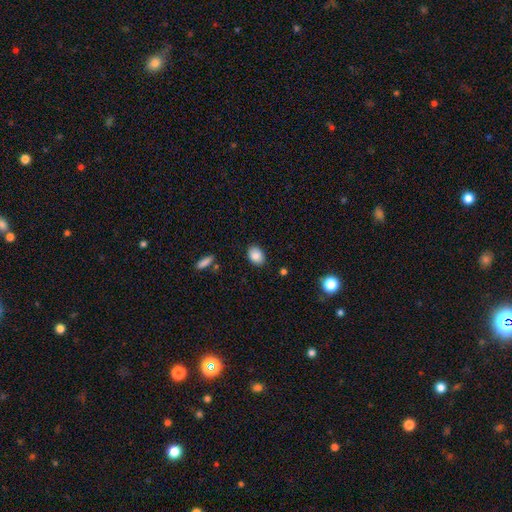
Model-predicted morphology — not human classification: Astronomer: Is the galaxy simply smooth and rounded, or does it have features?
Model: smooth — 87%.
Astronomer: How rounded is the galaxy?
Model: in between — 80%.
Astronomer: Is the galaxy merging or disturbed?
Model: none — 86%.